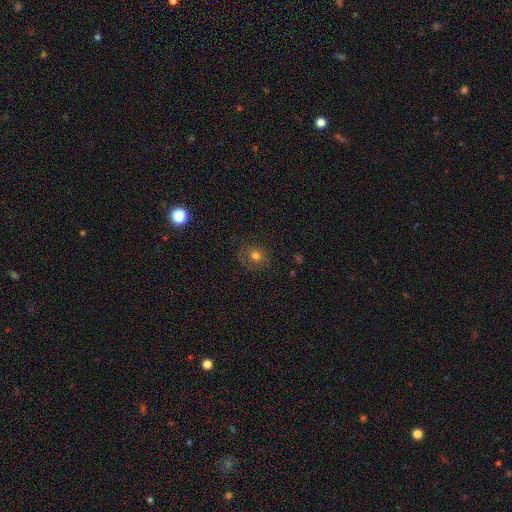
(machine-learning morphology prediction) A smooth galaxy with no disk features (71%) that is round (73%). Merging: none (77%).